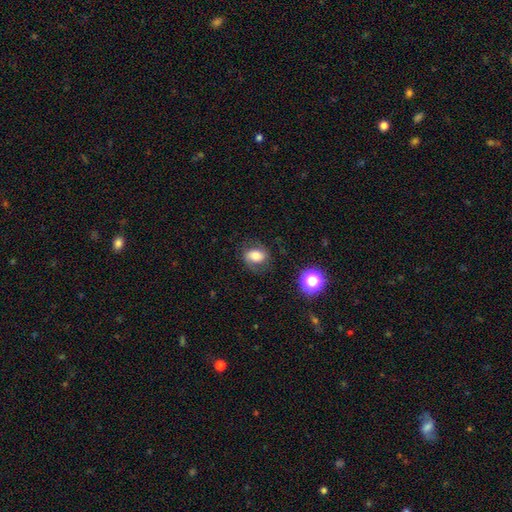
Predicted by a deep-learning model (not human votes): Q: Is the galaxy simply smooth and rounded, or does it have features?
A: smooth — 61%.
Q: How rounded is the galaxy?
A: in between — 61%.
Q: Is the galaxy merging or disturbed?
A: none — 72%.